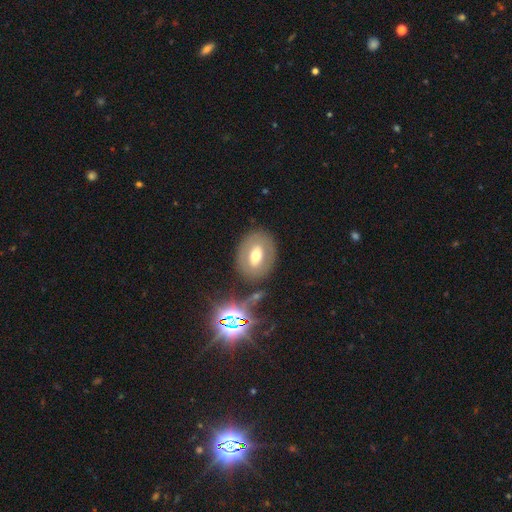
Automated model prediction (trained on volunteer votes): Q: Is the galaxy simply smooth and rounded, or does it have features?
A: smooth — 49%.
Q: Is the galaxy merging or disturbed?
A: none — 80%.